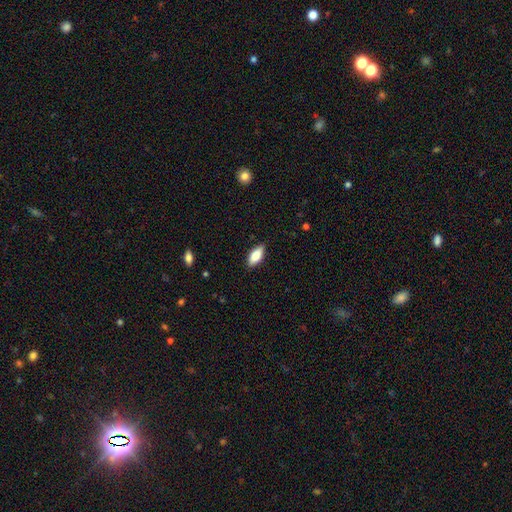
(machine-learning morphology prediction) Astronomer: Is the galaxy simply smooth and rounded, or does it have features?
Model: smooth — 78%.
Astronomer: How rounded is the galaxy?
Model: in between — 85%.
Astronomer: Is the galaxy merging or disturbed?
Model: none — 88%.